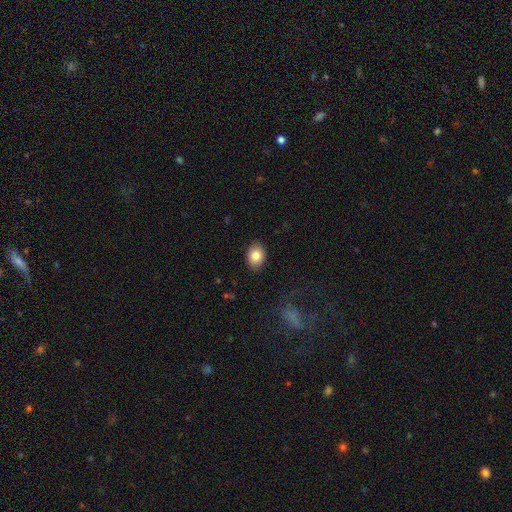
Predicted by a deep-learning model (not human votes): smooth-or-featured: smooth: 85% | star or artifact: 8% | featured or disk: 7%
  how-rounded: in between: 71% | round: 28% | cigar-shaped: 1%
  merging: none: 88% | minor disturbance: 9% | major disturbance: 2% | merger: 1%